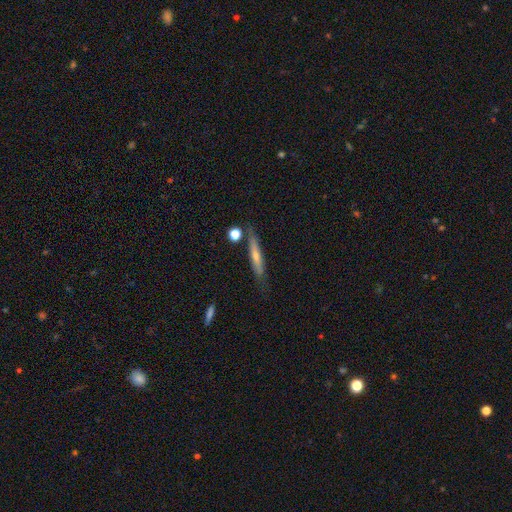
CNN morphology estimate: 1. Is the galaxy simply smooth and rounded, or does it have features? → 57% featured or disk, 31% smooth, 12% star or artifact.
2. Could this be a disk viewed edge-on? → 89% yes, 11% no.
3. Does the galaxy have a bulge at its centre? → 72% rounded, 20% none, 8% boxy.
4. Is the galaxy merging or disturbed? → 76% none, 13% minor disturbance, 6% merger, 4% major disturbance.